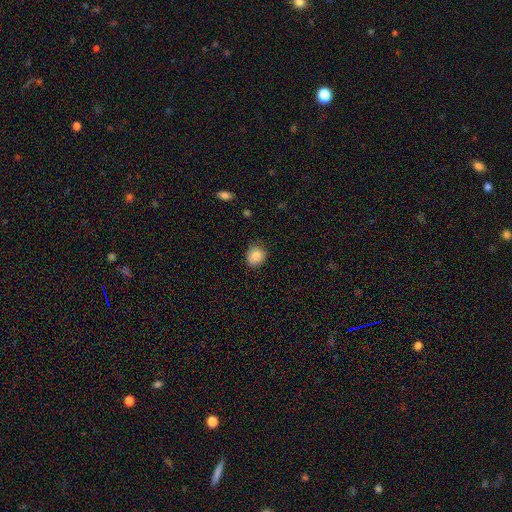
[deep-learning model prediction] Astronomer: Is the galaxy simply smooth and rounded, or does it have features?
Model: smooth — 87%.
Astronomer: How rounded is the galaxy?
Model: round — 69%.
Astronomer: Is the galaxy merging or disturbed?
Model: none — 80%.